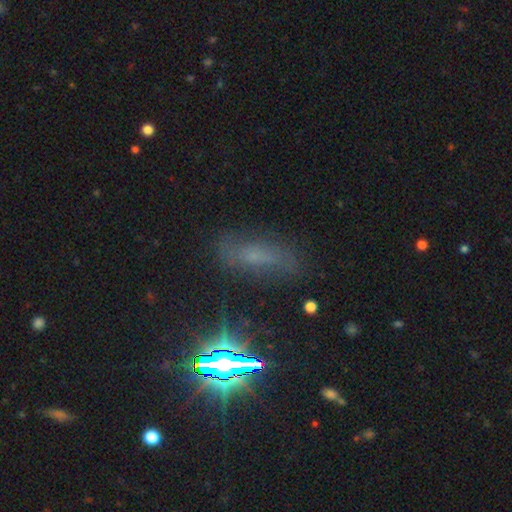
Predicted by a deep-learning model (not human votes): Q: Smooth or featured?
A: smooth (36%); runner-up: featured or disk (32%)
Q: Merging?
A: none (69%); runner-up: minor disturbance (19%)